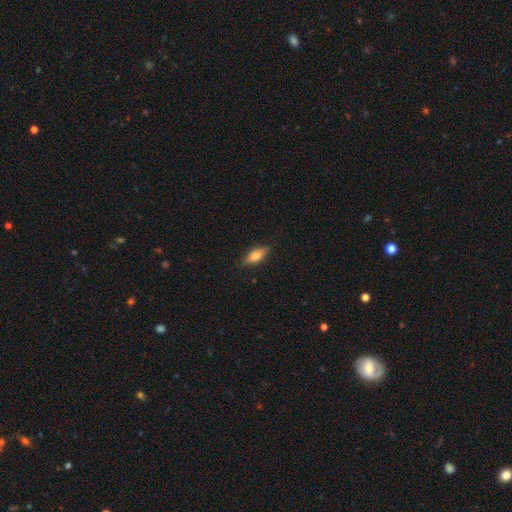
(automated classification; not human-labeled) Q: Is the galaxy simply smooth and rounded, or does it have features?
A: smooth — 67%.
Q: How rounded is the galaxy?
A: in between — 74%.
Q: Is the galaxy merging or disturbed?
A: none — 83%.